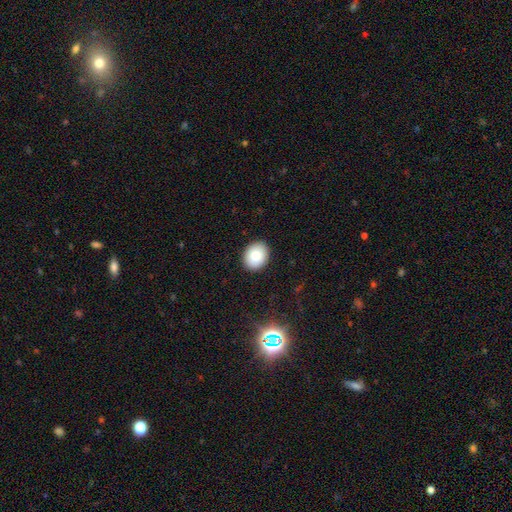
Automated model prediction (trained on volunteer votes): smooth-or-featured: smooth: 80% | featured or disk: 11% | star or artifact: 9%
  how-rounded: in between: 56% | round: 43% | cigar-shaped: 1%
  merging: none: 90% | minor disturbance: 8% | major disturbance: 2% | merger: 1%